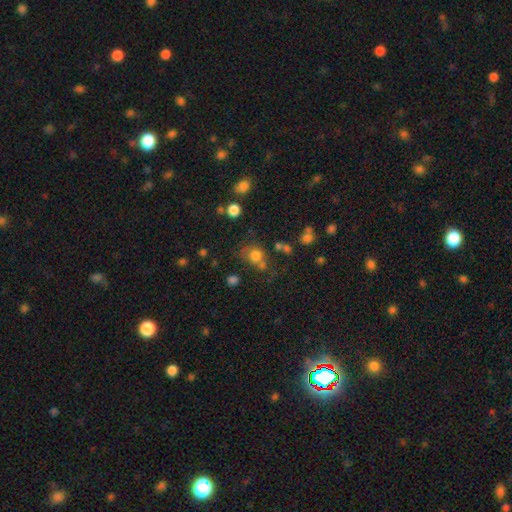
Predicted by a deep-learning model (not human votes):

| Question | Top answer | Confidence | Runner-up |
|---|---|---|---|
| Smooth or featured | smooth | 75% | star or artifact (15%) |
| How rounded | round | 71% | in between (28%) |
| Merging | none | 51% | merger (22%) |